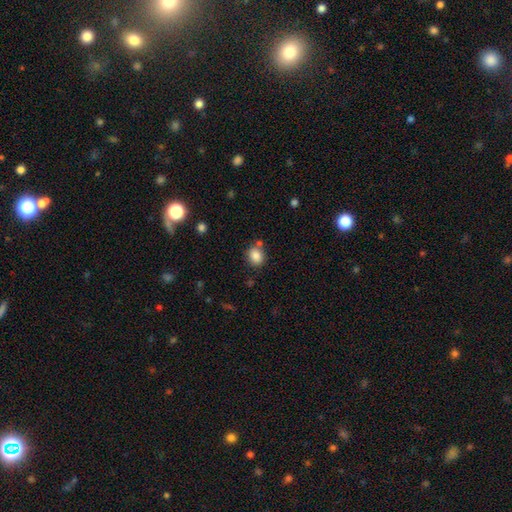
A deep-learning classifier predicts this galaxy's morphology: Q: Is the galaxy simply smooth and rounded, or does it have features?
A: smooth — 85%.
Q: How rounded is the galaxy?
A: round — 57%.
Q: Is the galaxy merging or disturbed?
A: none — 71%.